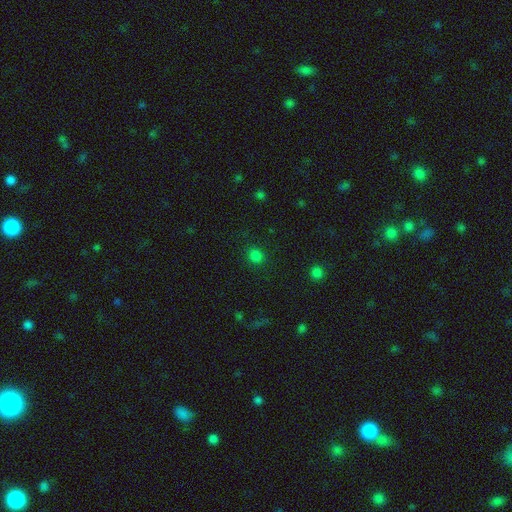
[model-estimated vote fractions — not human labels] This is clearly a smooth galaxy (81%). How rounded: likely round (80%). Merging: clearly none (87%).